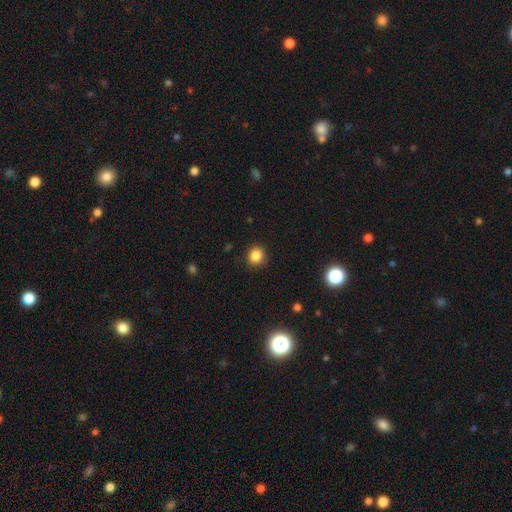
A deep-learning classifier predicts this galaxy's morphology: Smooth or featured? smooth (85%)
How rounded? round (79%)
Merging? none (88%)